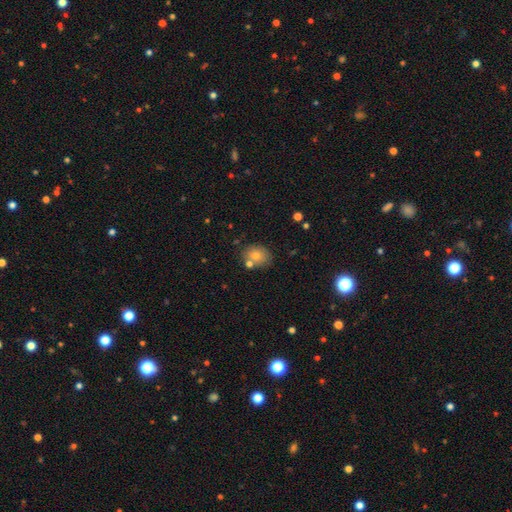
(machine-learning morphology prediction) This appears to be a smooth galaxy with no disk features (74%) that is round (51%). Merging: none (70%).